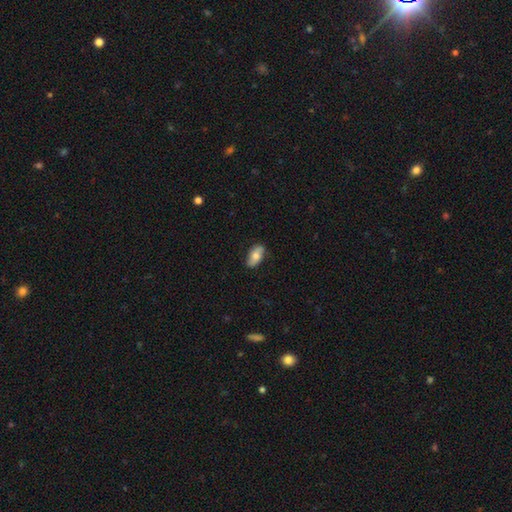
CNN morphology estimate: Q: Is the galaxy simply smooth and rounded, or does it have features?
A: smooth — 68%.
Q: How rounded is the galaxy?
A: in between — 90%.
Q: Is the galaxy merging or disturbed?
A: none — 79%.